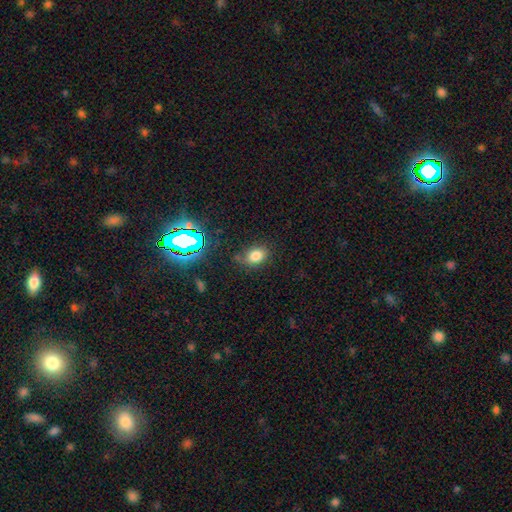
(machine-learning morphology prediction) Q: Smooth or featured?
A: smooth (75%); runner-up: star or artifact (17%)
Q: How rounded?
A: in between (70%); runner-up: round (28%)
Q: Merging?
A: none (73%); runner-up: minor disturbance (18%)